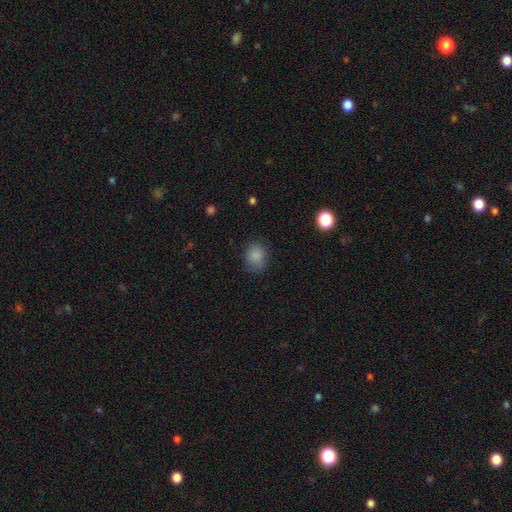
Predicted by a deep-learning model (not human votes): smooth_or_featured: smooth (p=0.85) [alt: star or artifact p=0.10]
how_rounded: round (p=0.57) [alt: in between p=0.42]
merging: none (p=0.76) [alt: minor disturbance p=0.18]